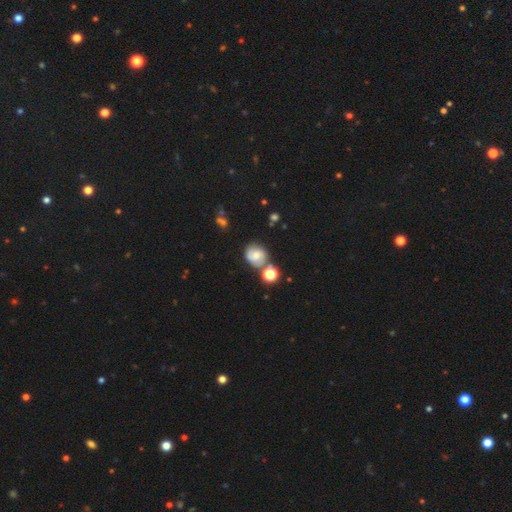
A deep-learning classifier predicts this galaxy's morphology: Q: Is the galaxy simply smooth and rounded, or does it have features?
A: featured or disk — 60%.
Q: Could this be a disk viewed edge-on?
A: no — 97%.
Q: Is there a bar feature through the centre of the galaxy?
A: no — 53%.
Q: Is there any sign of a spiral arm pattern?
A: yes — 89%.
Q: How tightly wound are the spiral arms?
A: tight — 43%, tied with medium.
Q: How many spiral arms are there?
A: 2 — 74%.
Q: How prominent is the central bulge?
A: moderate — 49%.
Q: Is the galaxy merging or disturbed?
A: none — 59%.